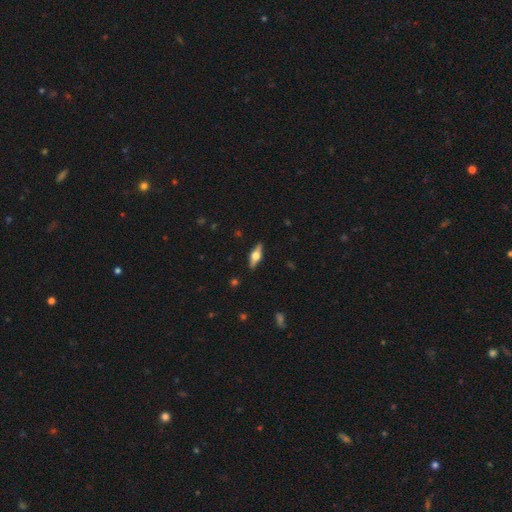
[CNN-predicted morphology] This is possibly a featured or disk galaxy (59%). It is clearly viewed edge-on (94%). Edge-on bulge: clearly rounded (94%). Merging: clearly none (89%).